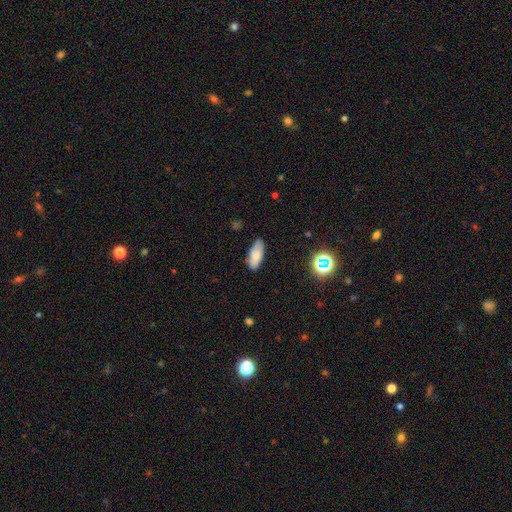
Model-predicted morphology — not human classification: Q: Smooth or featured?
A: smooth (74%); runner-up: featured or disk (17%)
Q: How rounded?
A: in between (84%); runner-up: cigar-shaped (14%)
Q: Merging?
A: none (79%); runner-up: minor disturbance (16%)